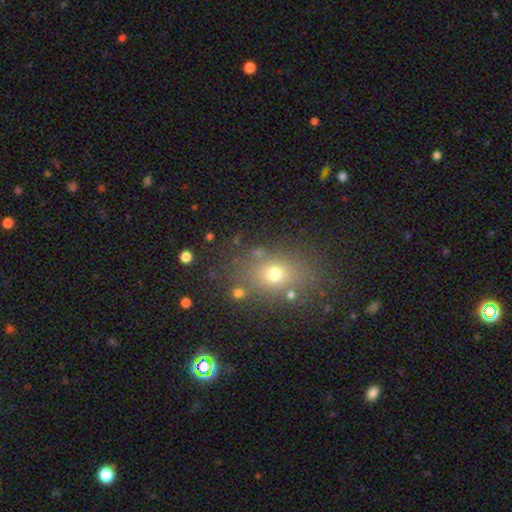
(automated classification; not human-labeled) Q: Smooth or featured?
A: smooth (62%); runner-up: star or artifact (23%)
Q: How rounded?
A: in between (56%); runner-up: round (42%)
Q: Merging?
A: none (79%); runner-up: minor disturbance (11%)